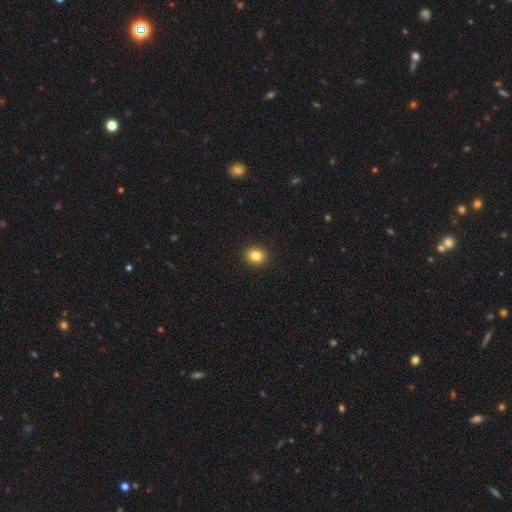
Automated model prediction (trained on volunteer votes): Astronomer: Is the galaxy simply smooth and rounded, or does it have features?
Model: smooth — 84%.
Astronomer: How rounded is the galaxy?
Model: round — 76%.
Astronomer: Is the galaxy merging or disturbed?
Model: none — 92%.